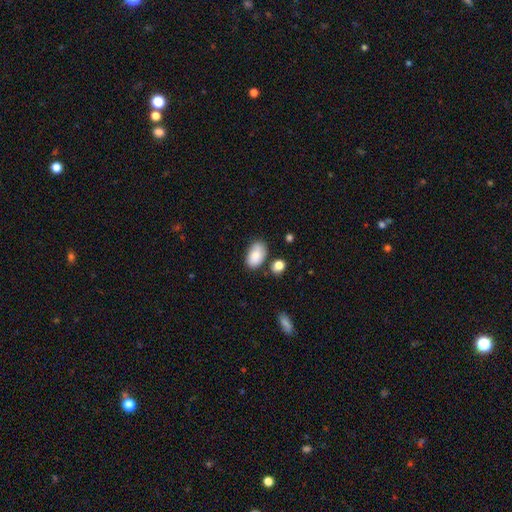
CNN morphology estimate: This is clearly a smooth galaxy (82%). How rounded: clearly in between (91%). Merging: likely none (68%).